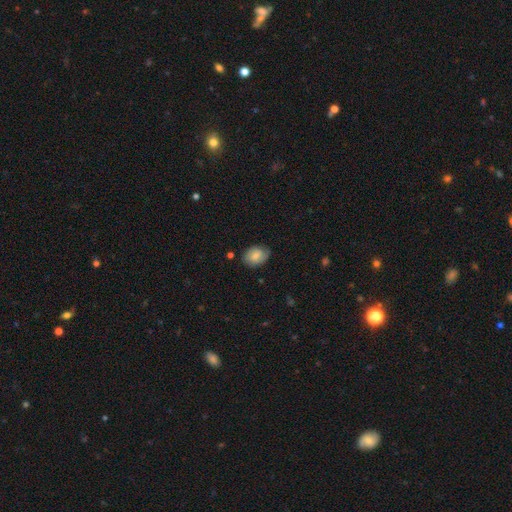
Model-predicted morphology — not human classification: This is likely a smooth galaxy (60%). How rounded: likely in between (73%). Merging: likely none (74%).